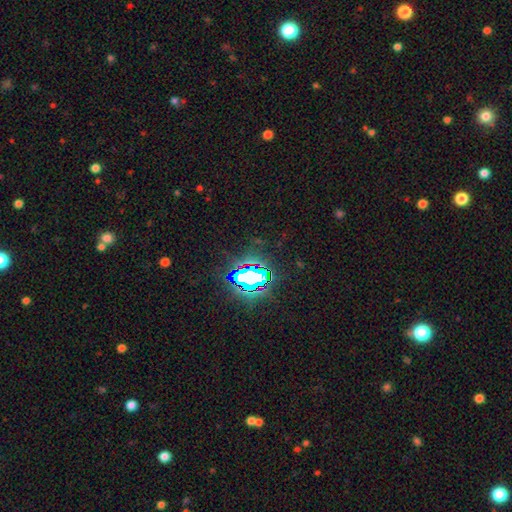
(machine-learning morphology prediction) This is clearly a star or artifact rather than a galaxy (82%).